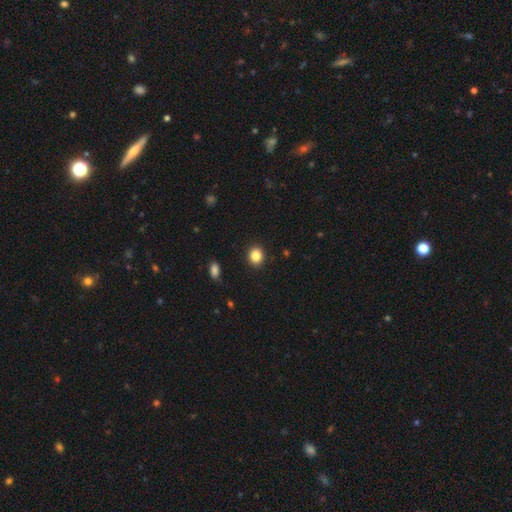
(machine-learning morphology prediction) smooth-or-featured: smooth: 86% | star or artifact: 10% | featured or disk: 4%
  how-rounded: round: 73% | in between: 26% | cigar-shaped: 1%
  merging: none: 90% | minor disturbance: 7% | major disturbance: 2% | merger: 1%